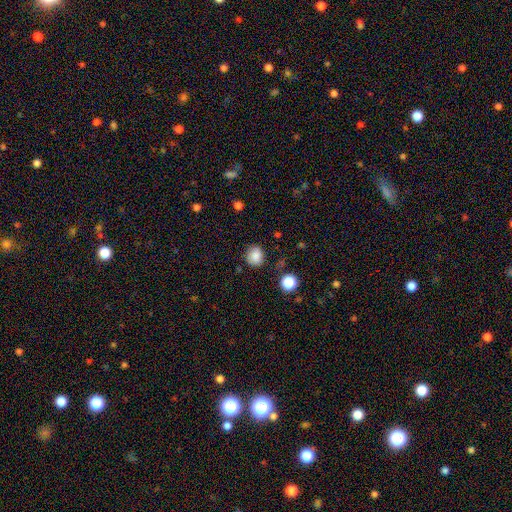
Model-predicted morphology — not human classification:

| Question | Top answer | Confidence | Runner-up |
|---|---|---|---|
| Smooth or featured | smooth | 84% | star or artifact (11%) |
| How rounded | round | 73% | in between (26%) |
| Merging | none | 79% | minor disturbance (15%) |